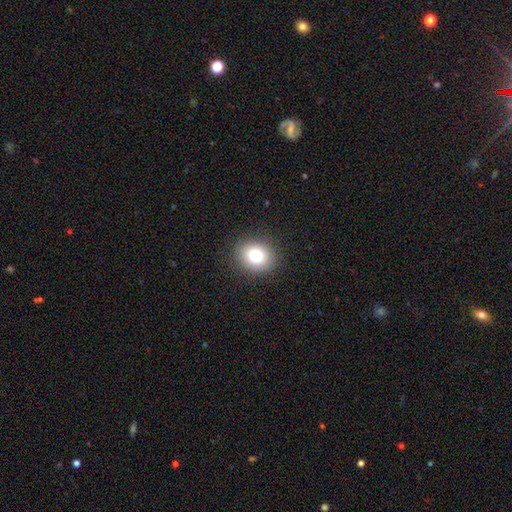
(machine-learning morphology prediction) smooth-or-featured: smooth: 82% | star or artifact: 10% | featured or disk: 8%
  how-rounded: round: 61% | in between: 38% | cigar-shaped: 1%
  merging: none: 88% | minor disturbance: 8% | major disturbance: 3% | merger: 1%